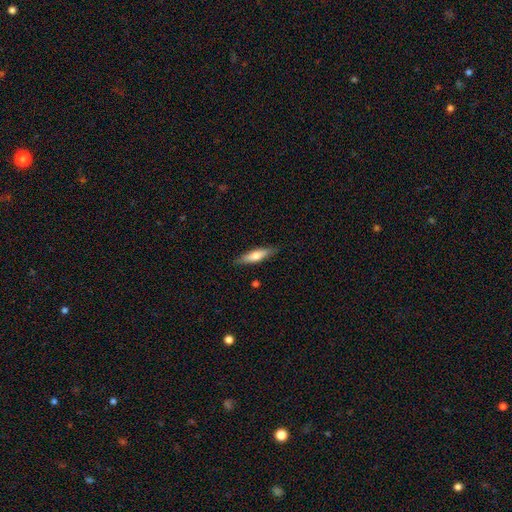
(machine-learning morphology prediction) A smooth galaxy with no disk features (60%) that is cigar-shaped (68%). Merging: none (86%).